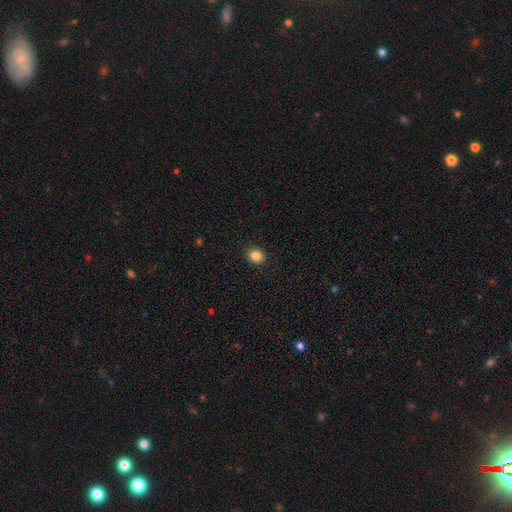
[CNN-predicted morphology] This appears to be a smooth galaxy with no disk features (85%) that is round (70%). Merging: none (91%).